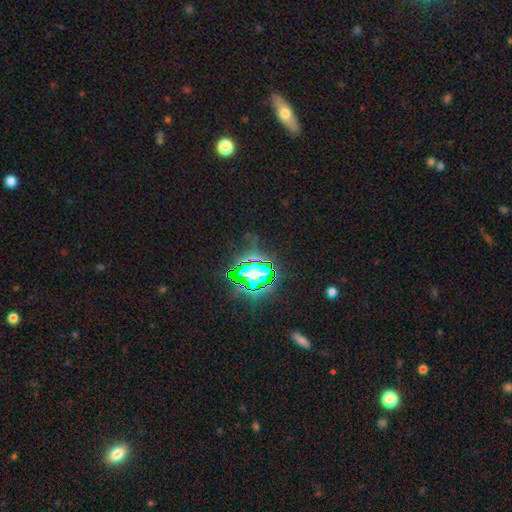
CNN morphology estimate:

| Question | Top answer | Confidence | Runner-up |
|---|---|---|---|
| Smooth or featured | star or artifact | 75% | smooth (14%) |